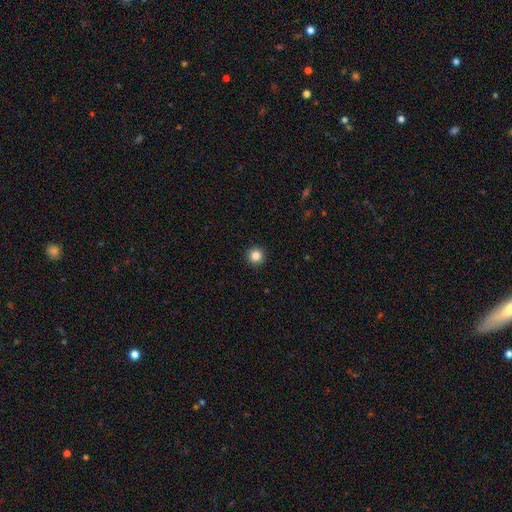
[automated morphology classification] This is clearly a smooth galaxy (85%). How rounded: clearly round (96%). Merging: clearly none (93%).